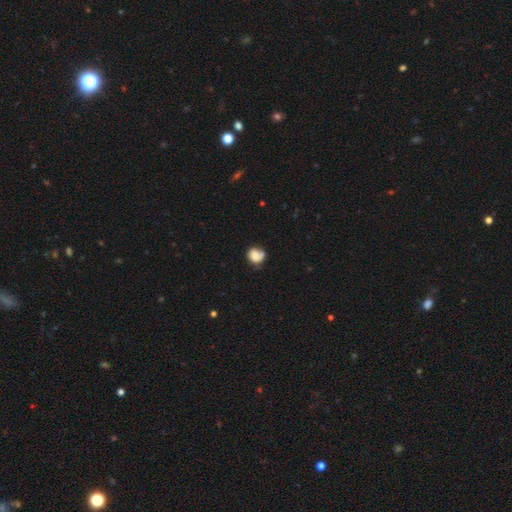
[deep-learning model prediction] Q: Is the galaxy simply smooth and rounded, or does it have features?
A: smooth — 70%.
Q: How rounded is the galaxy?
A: round — 73%.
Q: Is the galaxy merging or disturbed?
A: none — 49%.